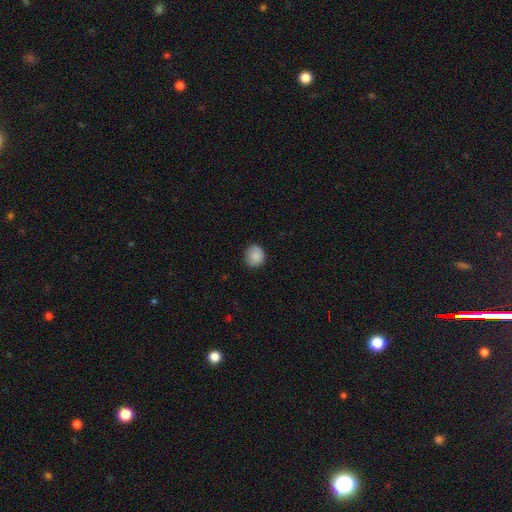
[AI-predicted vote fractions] This is clearly a smooth galaxy (86%). How rounded: clearly round (88%). Merging: clearly none (82%).